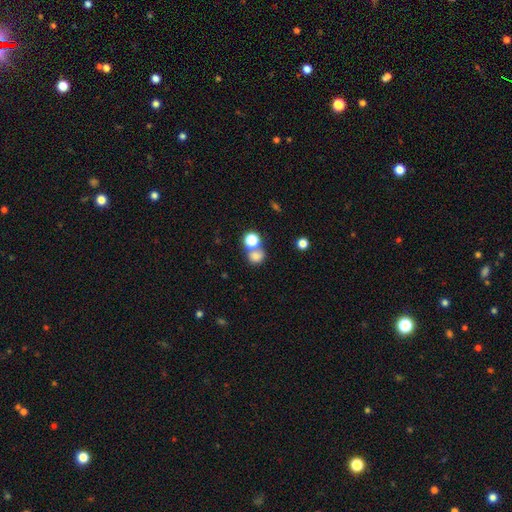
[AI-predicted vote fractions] A smooth galaxy with no disk features (75%) that is round (76%). Merging: none (44%).